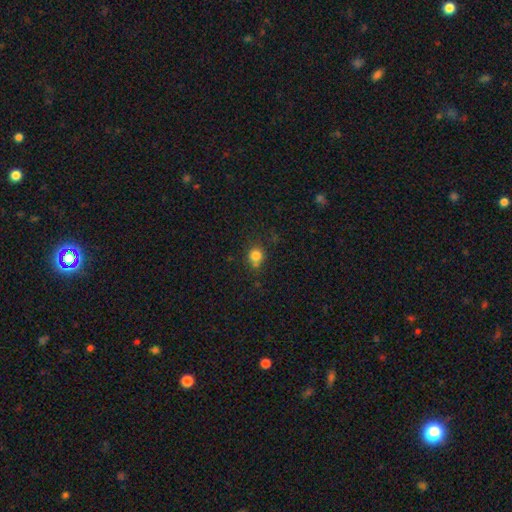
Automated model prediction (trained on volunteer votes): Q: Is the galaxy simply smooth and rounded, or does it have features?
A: smooth — 80%.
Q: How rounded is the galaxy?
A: round — 80%.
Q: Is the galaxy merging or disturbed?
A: none — 64%.